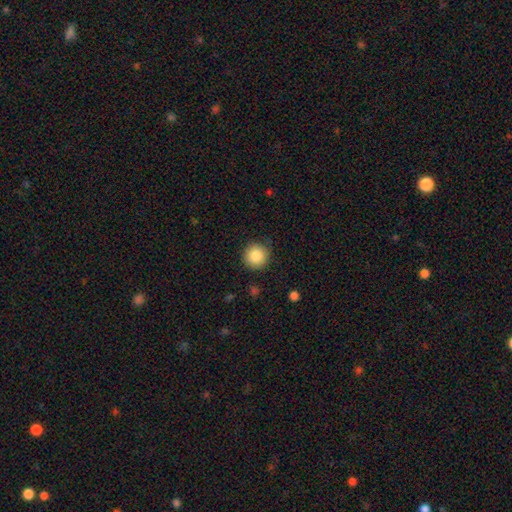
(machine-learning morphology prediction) A smooth galaxy with no disk features (86%) that is round (95%). Merging: none (88%).